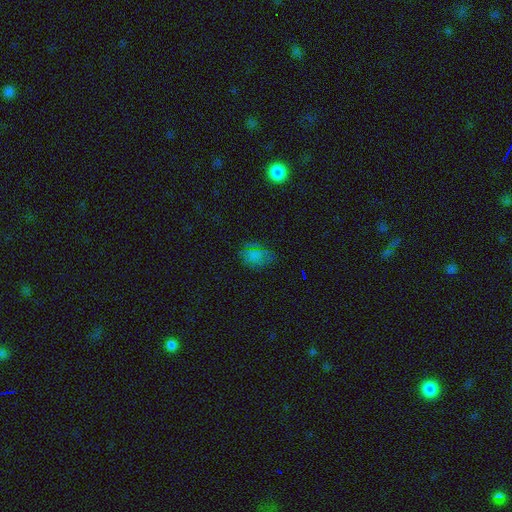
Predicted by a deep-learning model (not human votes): Smooth or featured?
  - smooth: 60% *
  - star or artifact: 30%
  - featured or disk: 10%
How rounded?
  - in between: 70% *
  - round: 28%
  - cigar-shaped: 2%
Merging?
  - none: 71% *
  - minor disturbance: 20%
  - major disturbance: 7%
  - merger: 2%